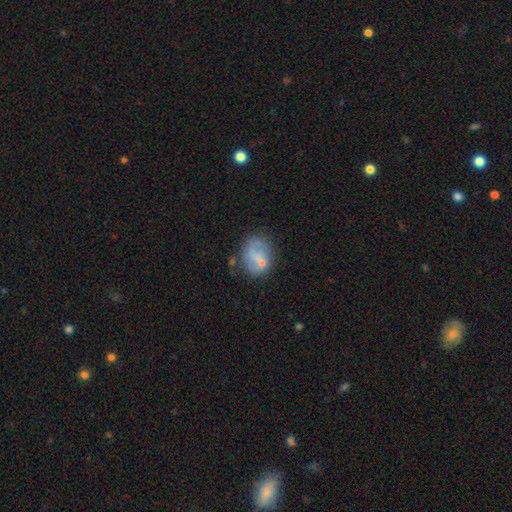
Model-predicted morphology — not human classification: Smooth or featured: featured or disk — 46% (smooth — 45%)
Merging: none — 49% (minor disturbance — 25%)